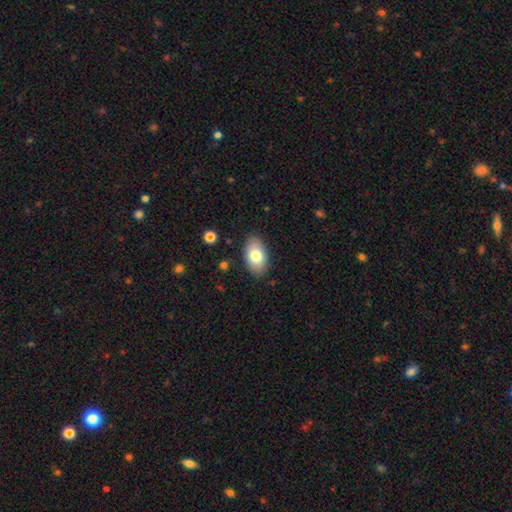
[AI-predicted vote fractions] This appears to be a smooth galaxy with no disk features (77%) that is in between round and cigar-shaped (93%). Merging: none (86%).